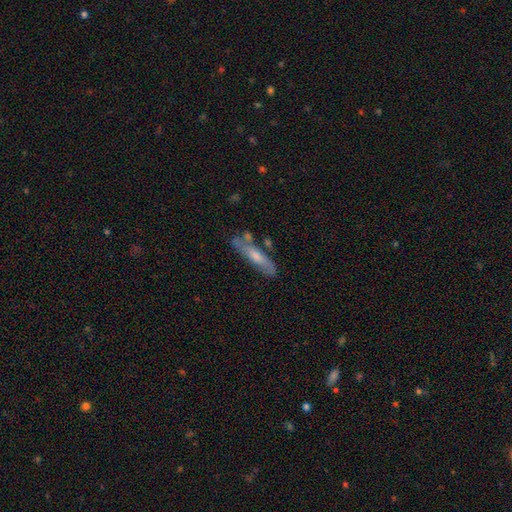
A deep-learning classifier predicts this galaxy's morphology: A featured or disk galaxy (48%). Merging: none (62%).